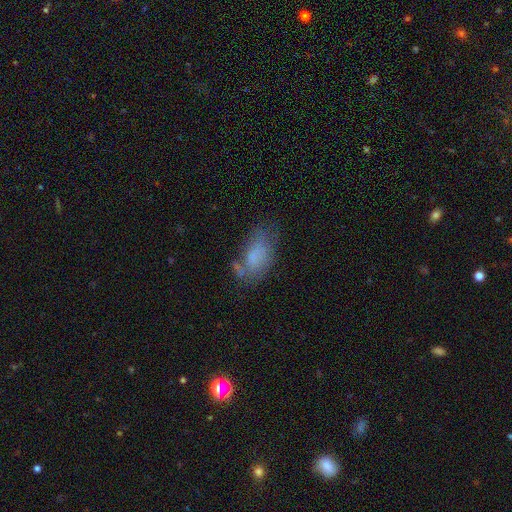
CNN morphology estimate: Overall: smooth (68%). How rounded: in between (91%). Merging: none (42%; minor disturbance 28%).